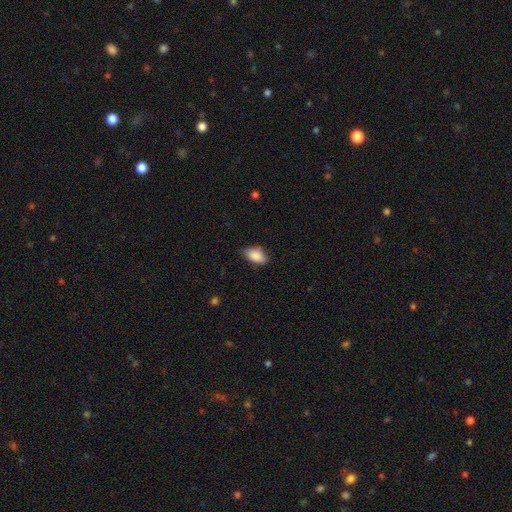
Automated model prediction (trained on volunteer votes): Overall: smooth (88%). How rounded: in between (91%). Merging: none (74%).